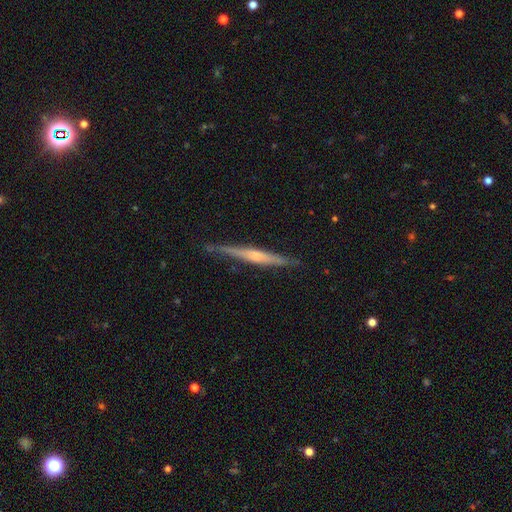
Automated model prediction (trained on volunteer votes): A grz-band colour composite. It shows a featured or disk galaxy (69%) viewed edge-on (98%) with a rounded central bulge (55%). Merging: none (84%).